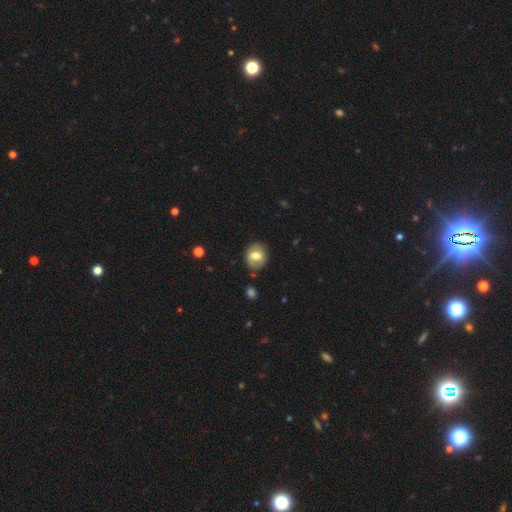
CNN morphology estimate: Smooth or featured? Predicted: smooth (p=0.62). How rounded? Predicted: round (p=0.53). Merging? Predicted: none (p=0.75).